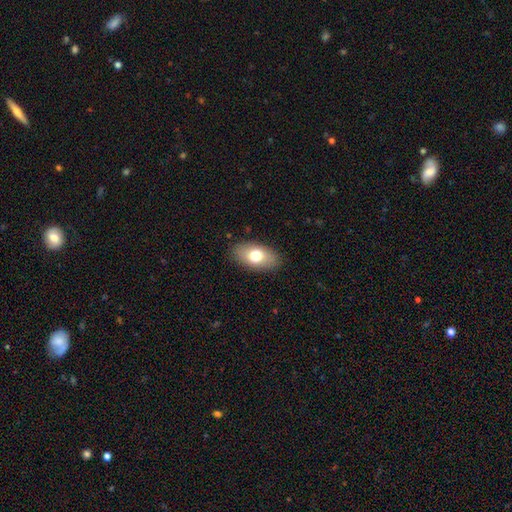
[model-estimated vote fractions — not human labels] Overall: smooth (72%). How rounded: in between (91%). Merging: none (86%).